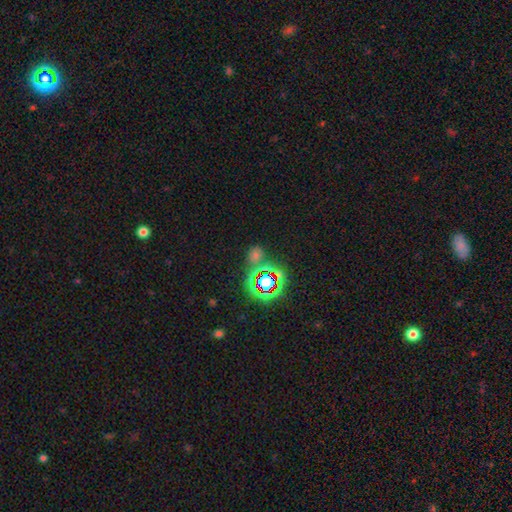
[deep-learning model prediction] This appears to be a star or artifact, not a galaxy (47%).